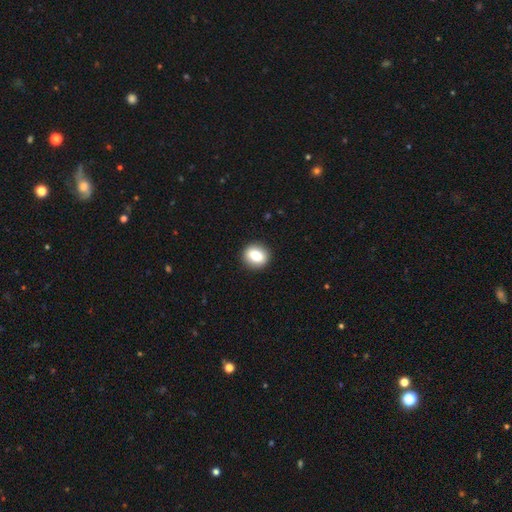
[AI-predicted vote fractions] A smooth galaxy with no disk features (77%) that is round (73%).

Vote fractions:
- Smooth or featured? smooth: 77% / featured or disk: 14% / star or artifact: 9%
- How rounded? round: 73% / in between: 26% / cigar-shaped: 1%
- Merging? none: 91% / minor disturbance: 6% / major disturbance: 2% / merger: 1%